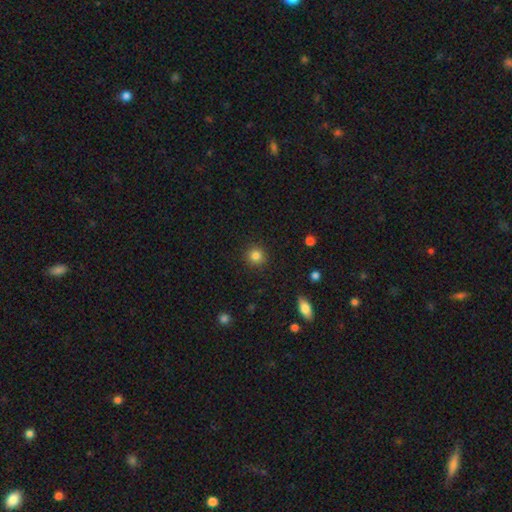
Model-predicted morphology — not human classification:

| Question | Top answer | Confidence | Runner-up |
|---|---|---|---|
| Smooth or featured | smooth | 84% | star or artifact (11%) |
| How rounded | round | 92% | in between (7%) |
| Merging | none | 91% | minor disturbance (6%) |